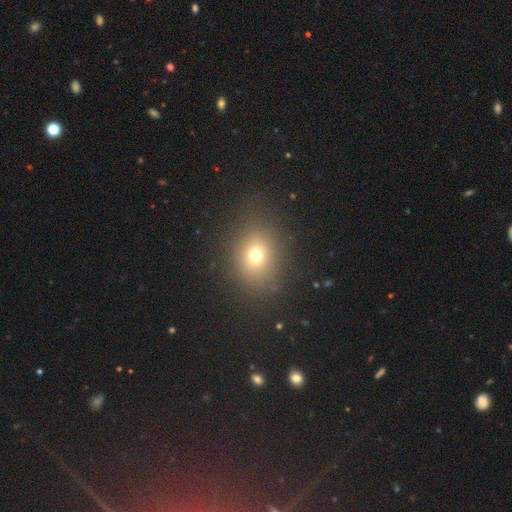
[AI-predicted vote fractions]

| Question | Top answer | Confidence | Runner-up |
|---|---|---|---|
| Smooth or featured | smooth | 69% | star or artifact (19%) |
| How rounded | round | 58% | in between (41%) |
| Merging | none | 82% | minor disturbance (11%) |